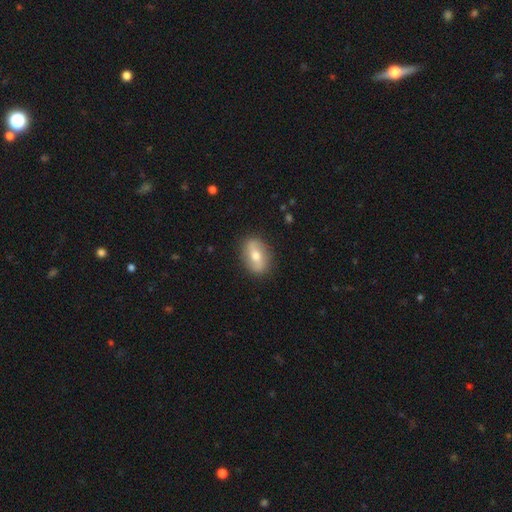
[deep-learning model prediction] smooth_or_featured: featured or disk (p=0.48) [alt: smooth p=0.45]
merging: none (p=0.87) [alt: minor disturbance p=0.10]